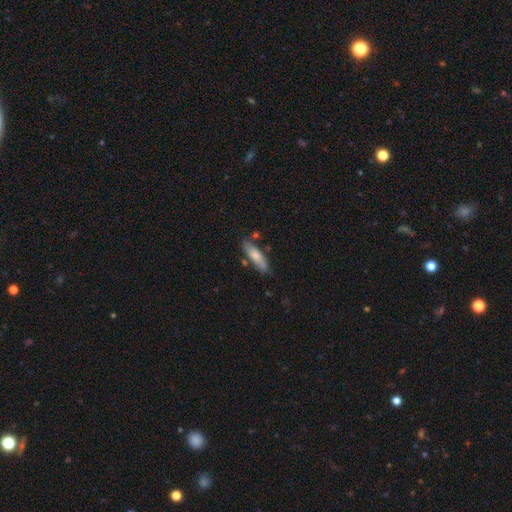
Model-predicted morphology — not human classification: smooth_or_featured: smooth (p=0.70) [alt: featured or disk p=0.24]
how_rounded: cigar-shaped (p=0.62) [alt: in between p=0.36]
merging: none (p=0.73) [alt: minor disturbance p=0.17]